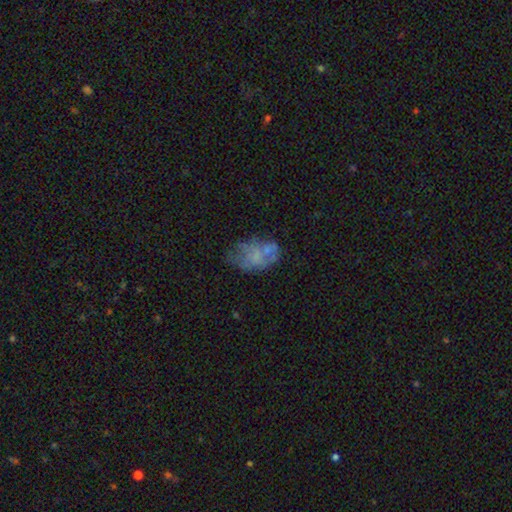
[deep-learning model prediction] This is possibly a smooth galaxy (46%). Merging: marginally none (43%).